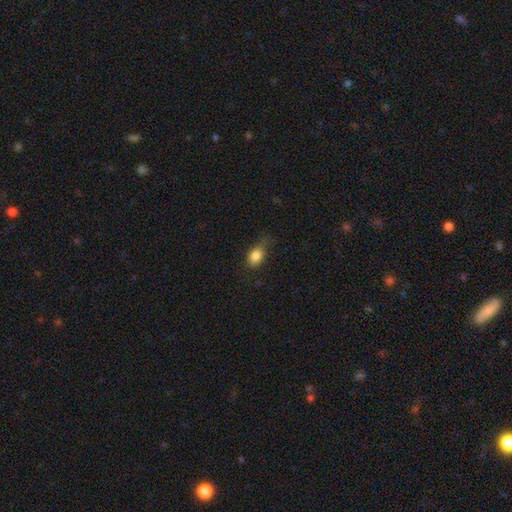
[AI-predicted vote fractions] Smooth or featured?
  - smooth: 83% *
  - star or artifact: 9%
  - featured or disk: 8%
How rounded?
  - in between: 78% *
  - round: 19%
  - cigar-shaped: 4%
Merging?
  - none: 56% *
  - minor disturbance: 32%
  - major disturbance: 10%
  - merger: 2%